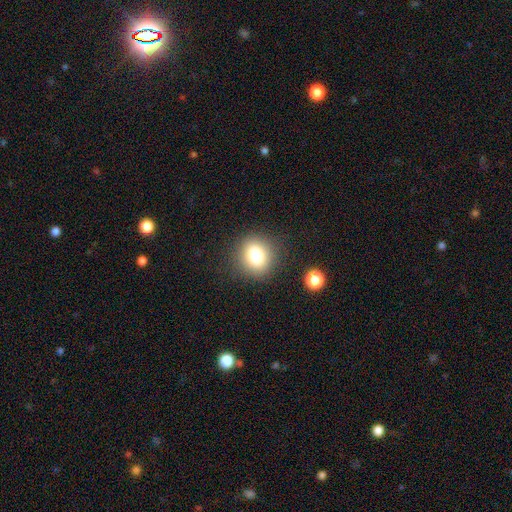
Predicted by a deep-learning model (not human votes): This appears to be a smooth galaxy with no disk features (78%) that is round (80%). Merging: none (87%).